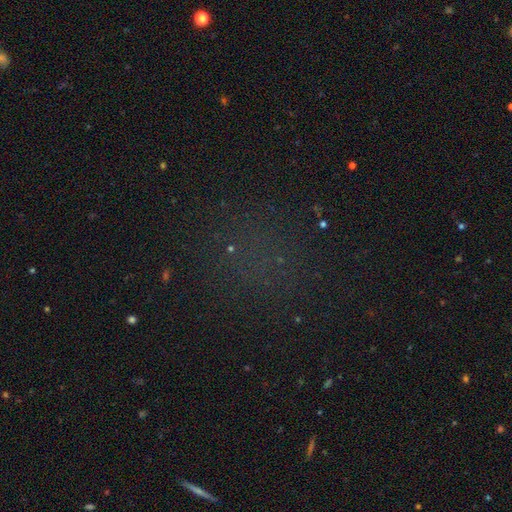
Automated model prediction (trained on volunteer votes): smooth-or-featured: star or artifact: 57% | smooth: 33% | featured or disk: 10%